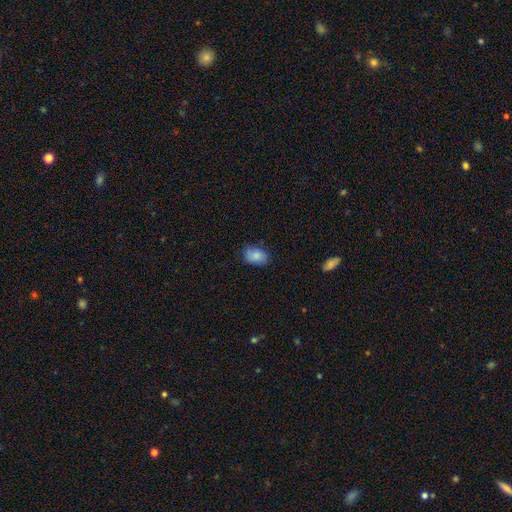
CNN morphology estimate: smooth-or-featured: smooth: 83% | featured or disk: 9% | star or artifact: 8%
  how-rounded: in between: 79% | round: 20% | cigar-shaped: 1%
  merging: none: 75% | minor disturbance: 20% | major disturbance: 4% | merger: 1%